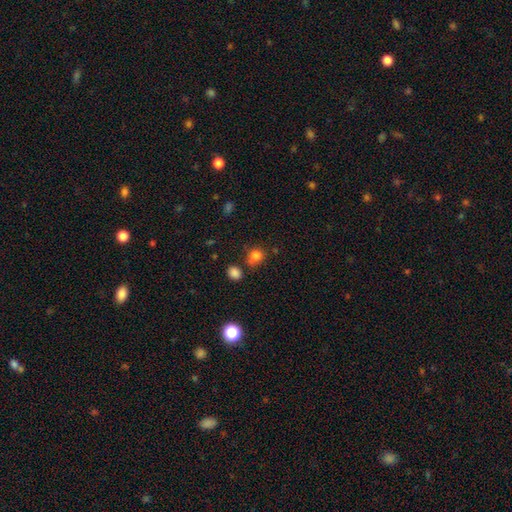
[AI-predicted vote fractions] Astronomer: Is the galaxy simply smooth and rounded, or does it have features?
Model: smooth — 80%.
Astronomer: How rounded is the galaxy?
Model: round — 79%.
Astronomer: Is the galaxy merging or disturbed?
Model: none — 64%.